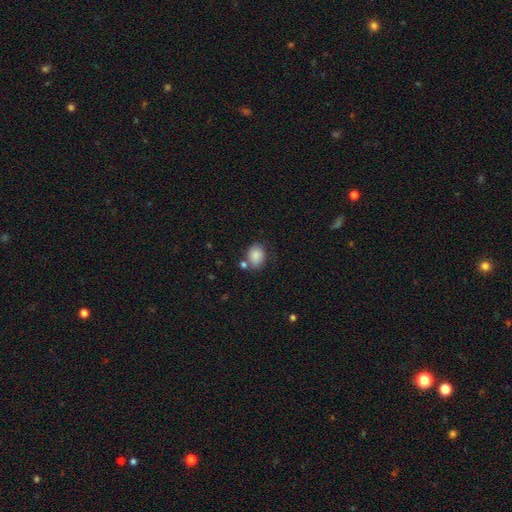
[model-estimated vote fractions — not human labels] Smooth or featured? smooth (84%)
How rounded? in between (63%)
Merging? none (62%)